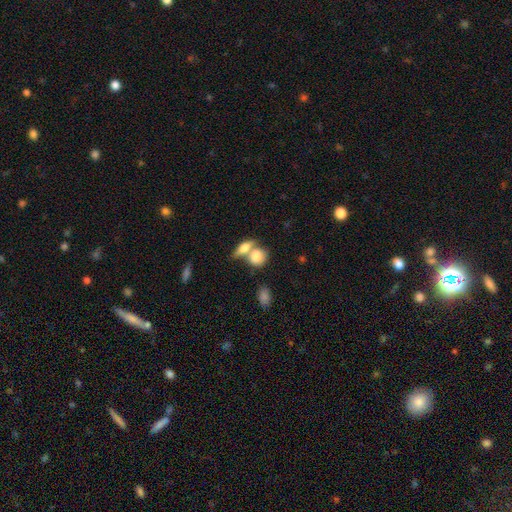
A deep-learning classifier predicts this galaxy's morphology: This appears to be a smooth galaxy with no disk features (78%) that is in between round and cigar-shaped (52%). Merging: merger (52%).